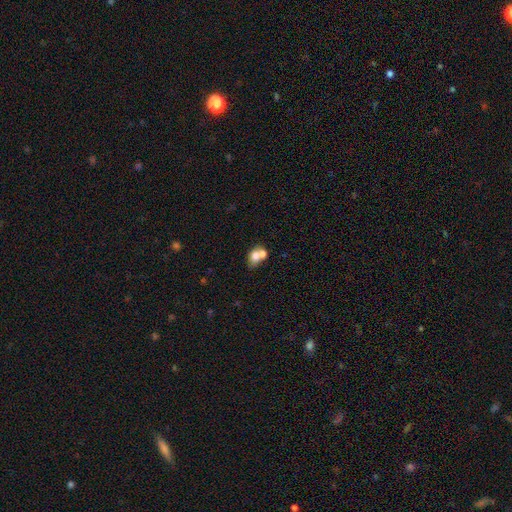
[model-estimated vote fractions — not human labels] A smooth galaxy with no disk features (70%) that is in between round and cigar-shaped (59%). Merging: merger (57%).